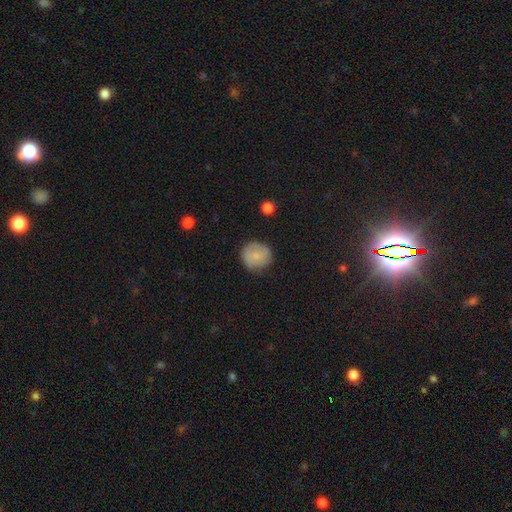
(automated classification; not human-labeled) smooth_or_featured: smooth (p=0.74) [alt: featured or disk p=0.18]
how_rounded: round (p=0.89) [alt: in between p=0.10]
merging: none (p=0.77) [alt: minor disturbance p=0.18]